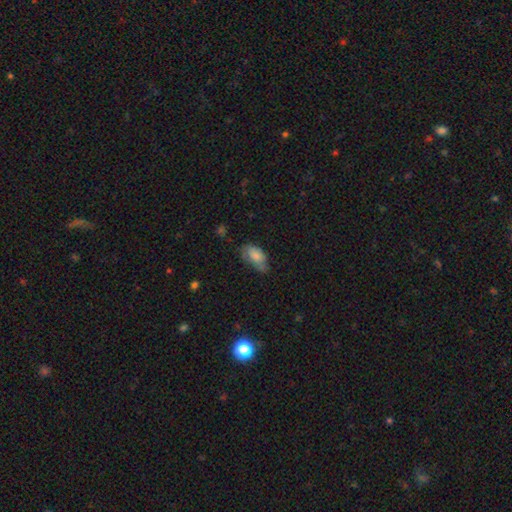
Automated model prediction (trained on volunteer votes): smooth-or-featured: smooth: 75% | featured or disk: 17% | star or artifact: 8%
  how-rounded: in between: 93% | round: 4% | cigar-shaped: 3%
  merging: none: 44% | minor disturbance: 38% | major disturbance: 15% | merger: 2%